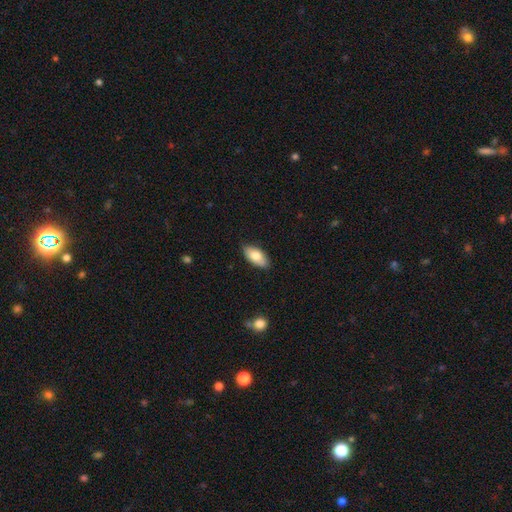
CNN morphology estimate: Smooth or featured: smooth — 78% (featured or disk — 15%)
How rounded: in between — 90% (cigar-shaped — 7%)
Merging: none — 85% (minor disturbance — 12%)